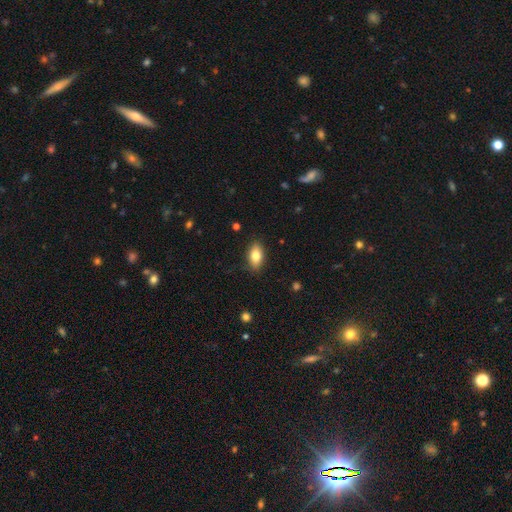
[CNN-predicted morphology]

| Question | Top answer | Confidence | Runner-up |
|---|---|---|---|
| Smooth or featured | smooth | 81% | featured or disk (12%) |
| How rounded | in between | 90% | round (7%) |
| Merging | none | 85% | minor disturbance (11%) |